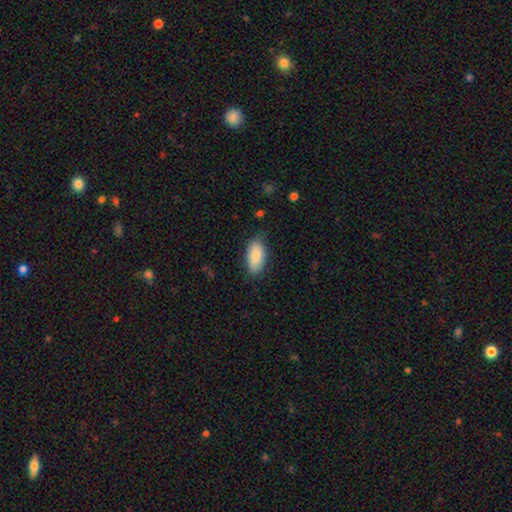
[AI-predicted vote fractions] Smooth or featured? Predicted: smooth (p=0.86). How rounded? Predicted: in between (p=0.93). Merging? Predicted: none (p=0.70).